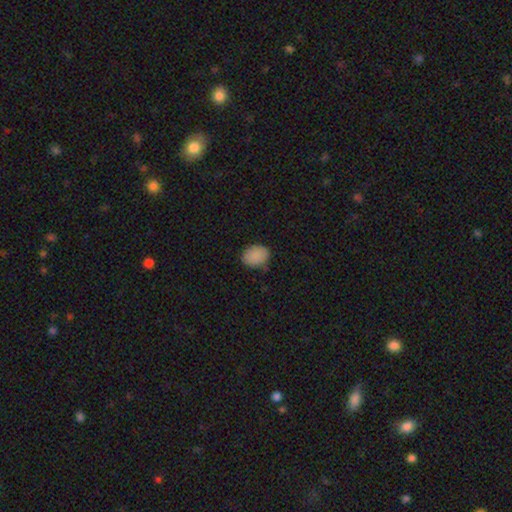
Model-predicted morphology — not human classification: A smooth galaxy with no disk features (88%) that is in between round and cigar-shaped (65%).

Vote fractions:
- Smooth or featured? smooth: 88% / star or artifact: 8% / featured or disk: 3%
- How rounded? in between: 65% / round: 34% / cigar-shaped: 1%
- Merging? none: 79% / minor disturbance: 16% / major disturbance: 3% / merger: 1%